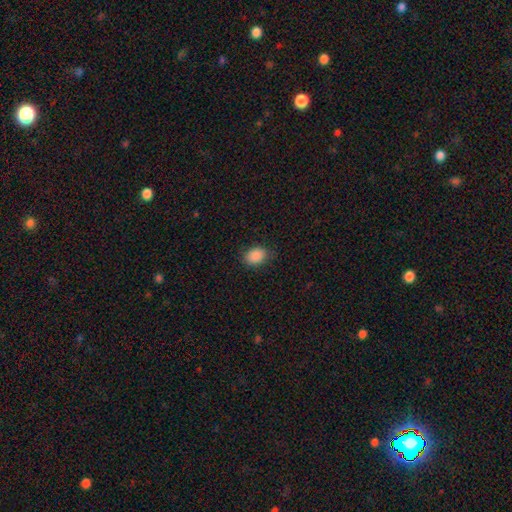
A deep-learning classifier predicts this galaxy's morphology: smooth-or-featured: smooth: 88% | star or artifact: 8% | featured or disk: 3%
  how-rounded: in between: 73% | round: 26% | cigar-shaped: 1%
  merging: none: 82% | minor disturbance: 13% | major disturbance: 3% | merger: 1%